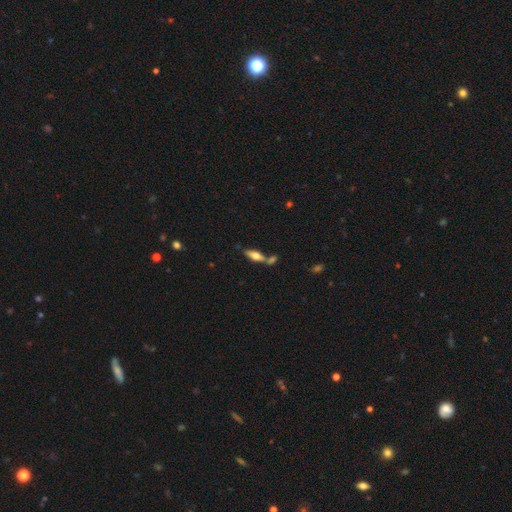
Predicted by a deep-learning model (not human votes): smooth 50%, featured or disk 42%, star or artifact 8%. Down the decision tree: merging — none (53%).